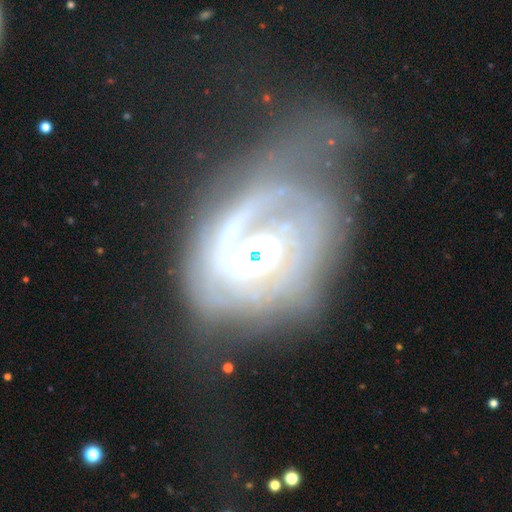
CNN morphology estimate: A featured or disk galaxy (75%) with no bar (63%), spiral arms (53%) and a large central bulge (41%). Merging: major disturbance (48%).